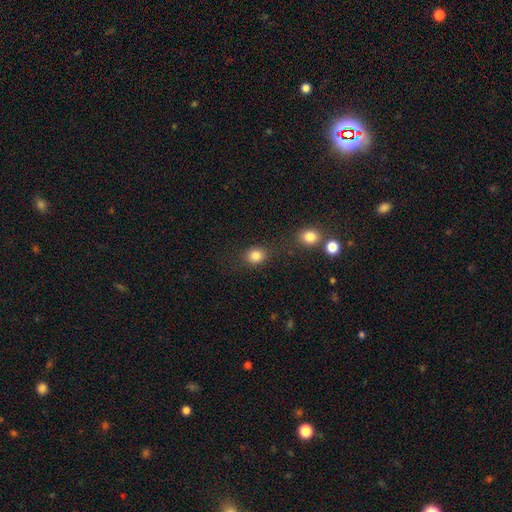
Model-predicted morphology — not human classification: A smooth galaxy with no disk features (83%) that is round (69%).

Vote fractions:
- Smooth or featured? smooth: 83% / star or artifact: 11% / featured or disk: 5%
- How rounded? round: 69% / in between: 30% / cigar-shaped: 1%
- Merging? none: 74% / minor disturbance: 12% / merger: 10% / major disturbance: 5%